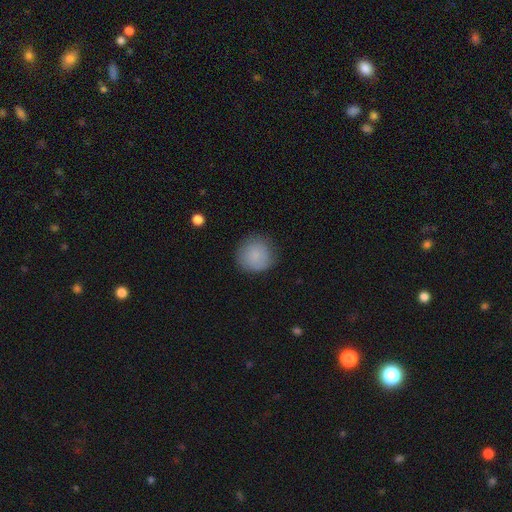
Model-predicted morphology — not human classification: This appears to be a smooth galaxy with no disk features (83%) that is round (92%). Merging: none (80%).